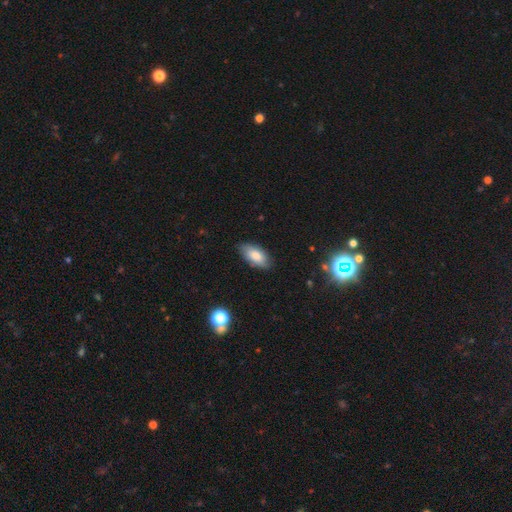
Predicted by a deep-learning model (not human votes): smooth 82%, featured or disk 11%, star or artifact 7%. Down the decision tree: how rounded — in between (91%); merging — none (83%).